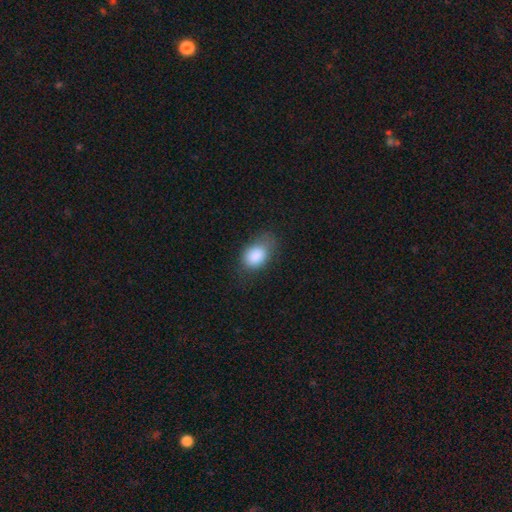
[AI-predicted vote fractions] A smooth galaxy with no disk features (86%) that is in between round and cigar-shaped (77%). Merging: none (59%).